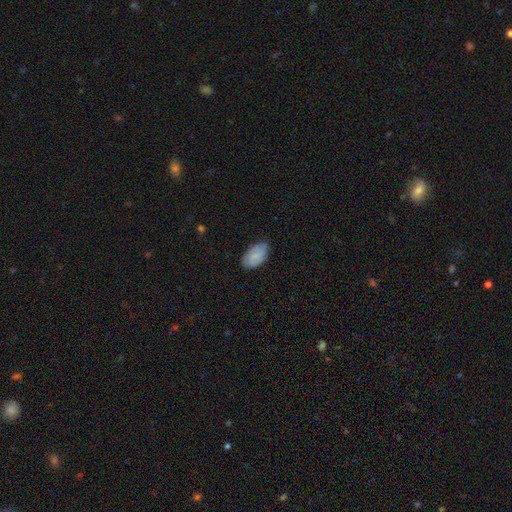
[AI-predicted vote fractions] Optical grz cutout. It shows a smooth galaxy with no disk features (78%) that is in between round and cigar-shaped (95%). Merging: none (76%).